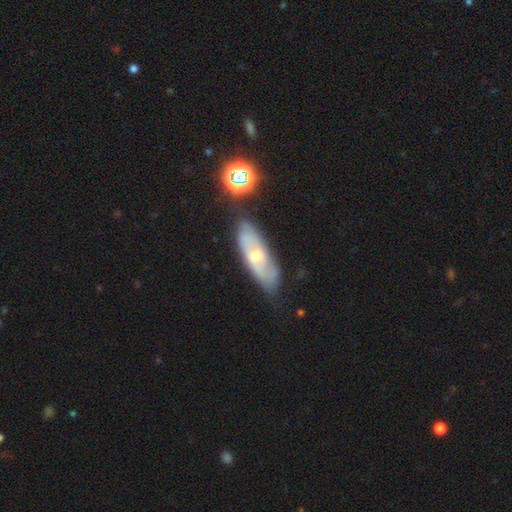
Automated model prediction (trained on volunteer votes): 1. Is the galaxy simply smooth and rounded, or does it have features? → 60% featured or disk, 31% smooth, 9% star or artifact.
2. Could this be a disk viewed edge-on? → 79% no, 21% yes.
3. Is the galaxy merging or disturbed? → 72% none, 19% minor disturbance, 5% major disturbance, 4% merger.